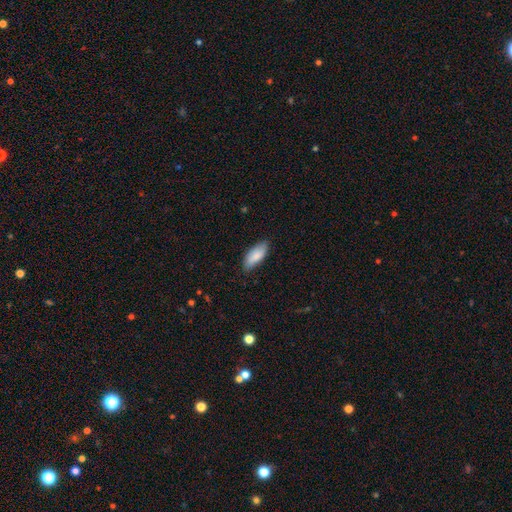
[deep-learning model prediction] Morphology: type=smooth (83%); roundness=in between (80%); merging=none (80%).